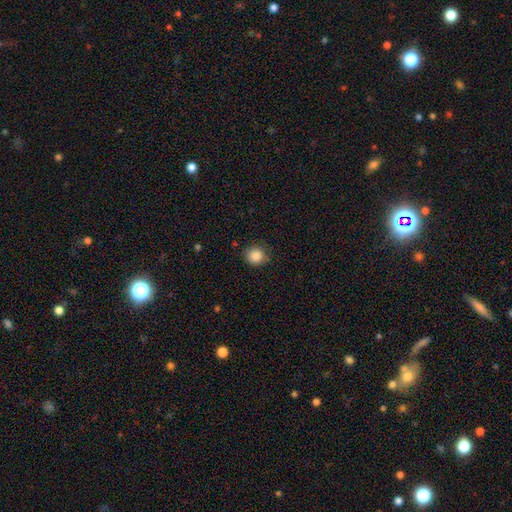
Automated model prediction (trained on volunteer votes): A smooth galaxy with no disk features (87%) that is round (84%). Merging: none (81%).